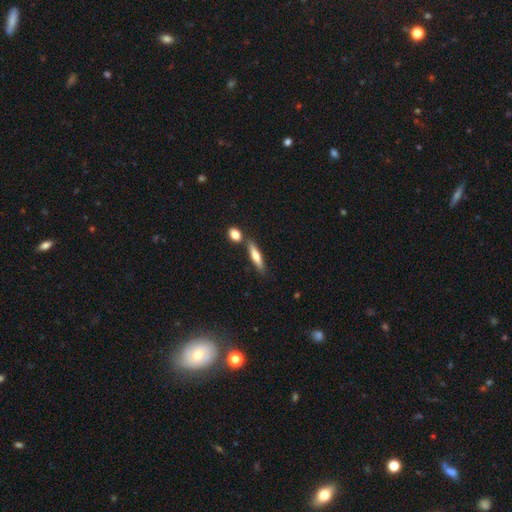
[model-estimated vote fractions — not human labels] Smooth or featured?
  - smooth: 61% *
  - featured or disk: 32%
  - star or artifact: 6%
How rounded?
  - cigar-shaped: 78% *
  - in between: 20%
  - round: 3%
Merging?
  - none: 71% *
  - merger: 15%
  - minor disturbance: 11%
  - major disturbance: 3%